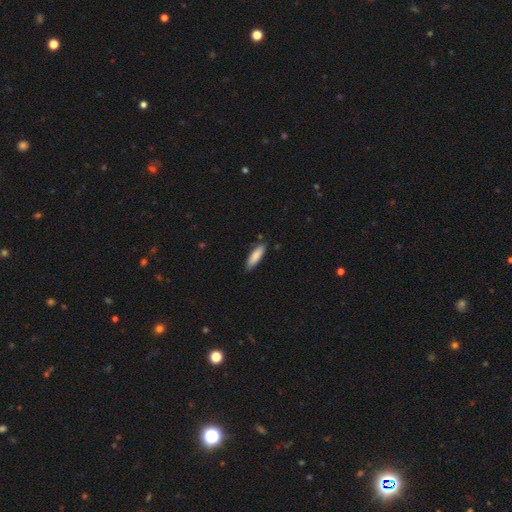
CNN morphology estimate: A smooth galaxy with no disk features (86%) that is cigar-shaped (56%). Merging: none (83%).